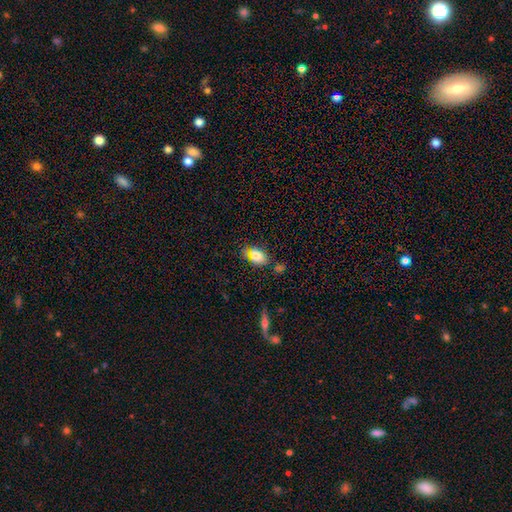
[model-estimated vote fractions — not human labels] A smooth galaxy with no disk features (76%) that is in between round and cigar-shaped (87%).

Vote fractions:
- Smooth or featured? smooth: 76% / star or artifact: 14% / featured or disk: 11%
- How rounded? in between: 87% / round: 10% / cigar-shaped: 3%
- Merging? none: 68% / minor disturbance: 19% / merger: 8% / major disturbance: 5%